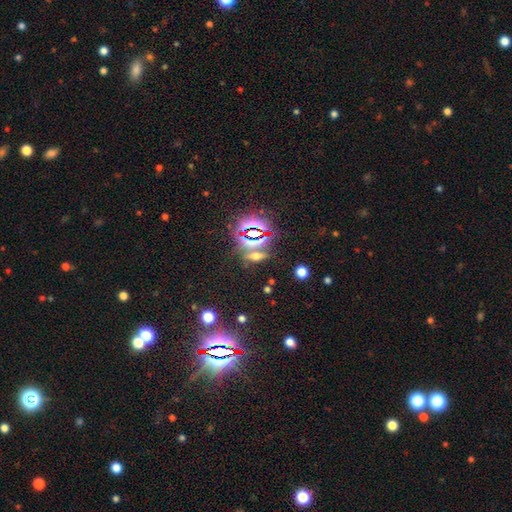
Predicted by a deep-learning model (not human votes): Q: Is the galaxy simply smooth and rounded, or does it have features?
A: star or artifact — 49%.